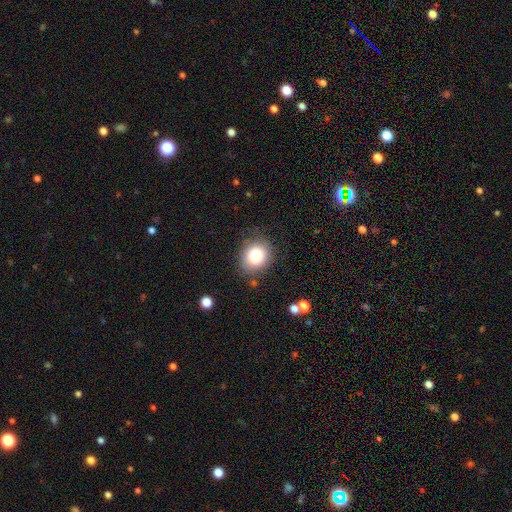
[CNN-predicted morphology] Smooth or featured? Predicted: smooth (p=0.80). How rounded? Predicted: round (p=0.72). Merging? Predicted: none (p=0.81).